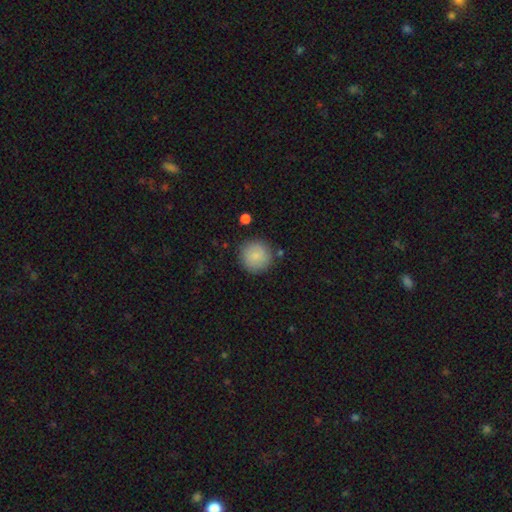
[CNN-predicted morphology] Smooth or featured?
  - smooth: 85% *
  - featured or disk: 8%
  - star or artifact: 7%
How rounded?
  - round: 95% *
  - in between: 4%
  - cigar-shaped: 1%
Merging?
  - none: 86% *
  - minor disturbance: 9%
  - major disturbance: 3%
  - merger: 2%